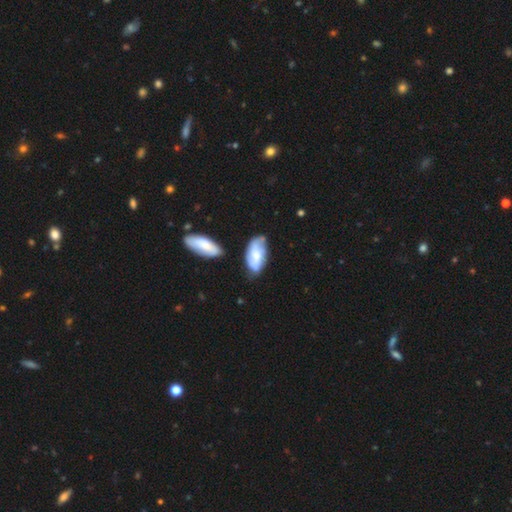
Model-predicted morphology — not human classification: The model was most divided on "smooth or featured": smooth: 52%, featured or disk: 42%, star or artifact: 6%. More confident: how rounded — in between (90%); merging — none (57%).